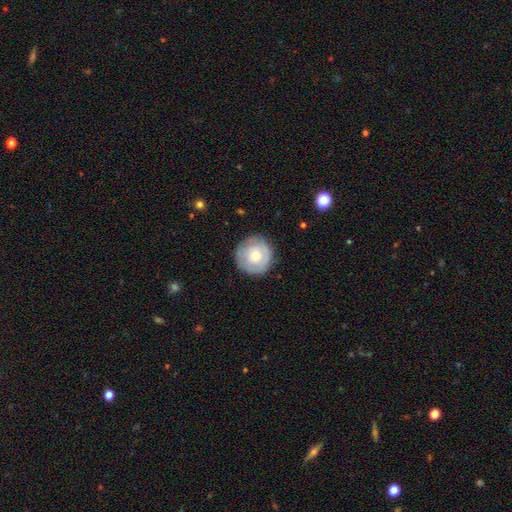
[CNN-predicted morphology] Smooth or featured: smooth — 62% (featured or disk — 32%)
How rounded: round — 94% (in between — 5%)
Merging: none — 84% (minor disturbance — 12%)